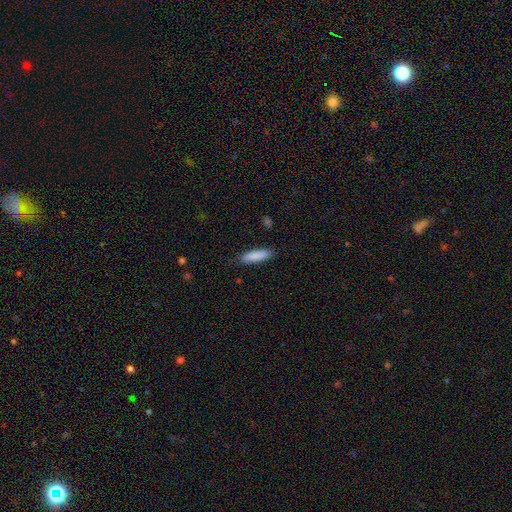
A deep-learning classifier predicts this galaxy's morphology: smooth 87%, featured or disk 7%, star or artifact 6%. Down the decision tree: how rounded — cigar-shaped (66%); merging — none (86%).